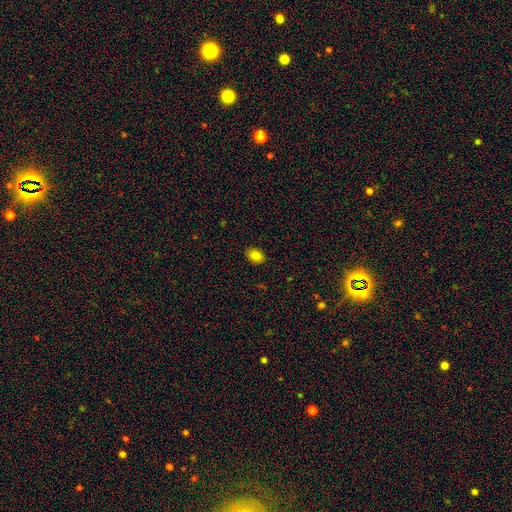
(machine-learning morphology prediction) type=smooth (85%); roundness=in between (76%); merging=none (87%).